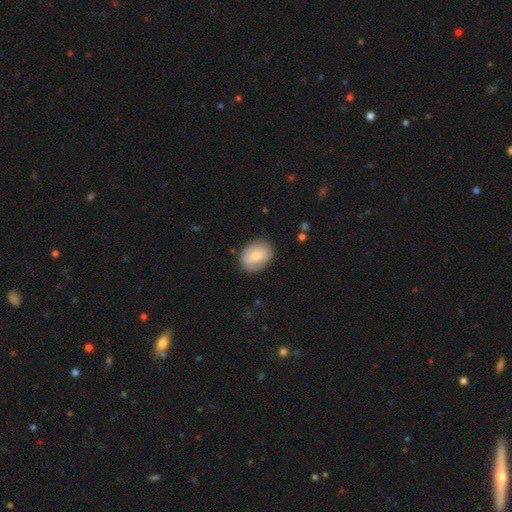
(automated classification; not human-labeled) Smooth or featured?
  - smooth: 64% *
  - featured or disk: 29%
  - star or artifact: 7%
How rounded?
  - in between: 59% *
  - round: 40%
  - cigar-shaped: 1%
Merging?
  - none: 78% *
  - minor disturbance: 16%
  - major disturbance: 4%
  - merger: 1%